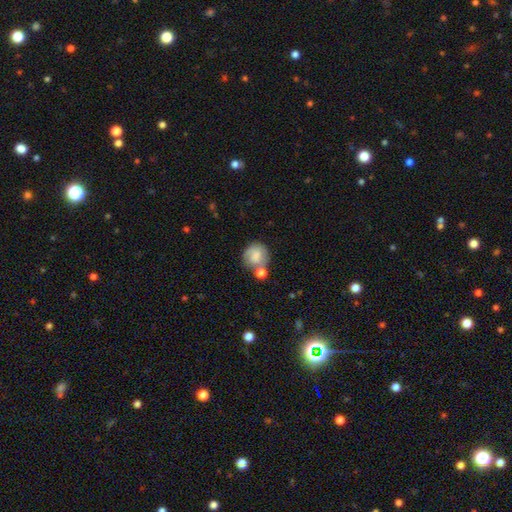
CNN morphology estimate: Smooth or featured: smooth — 71% (featured or disk — 20%)
How rounded: round — 79% (in between — 20%)
Merging: none — 49% (merger — 24%)